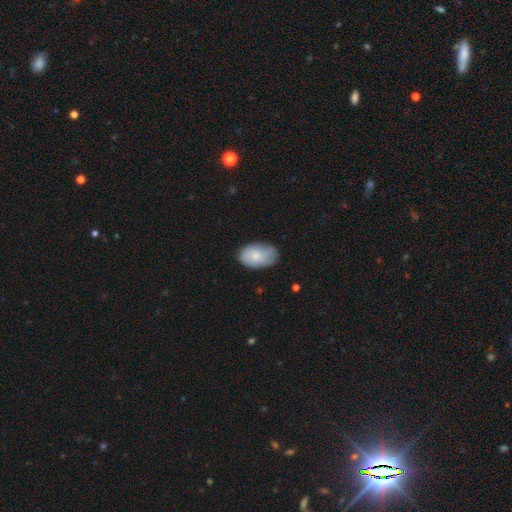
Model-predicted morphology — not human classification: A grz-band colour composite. It shows a smooth galaxy with no disk features (68%) that is in between round and cigar-shaped (88%). Merging: none (67%).